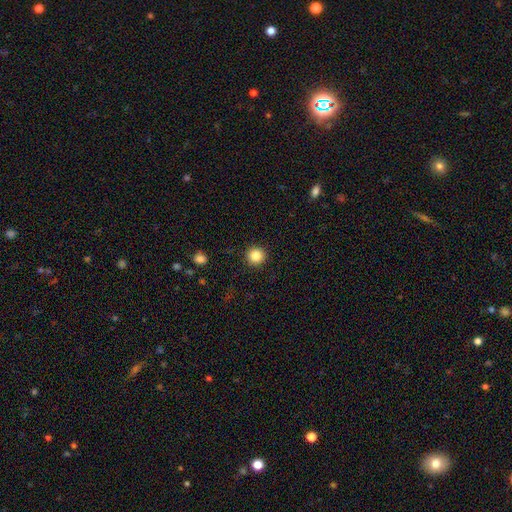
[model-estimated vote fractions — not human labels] Smooth or featured?
  - smooth: 85% *
  - star or artifact: 10%
  - featured or disk: 5%
How rounded?
  - round: 95% *
  - in between: 4%
  - cigar-shaped: 1%
Merging?
  - none: 92% *
  - minor disturbance: 5%
  - major disturbance: 2%
  - merger: 1%